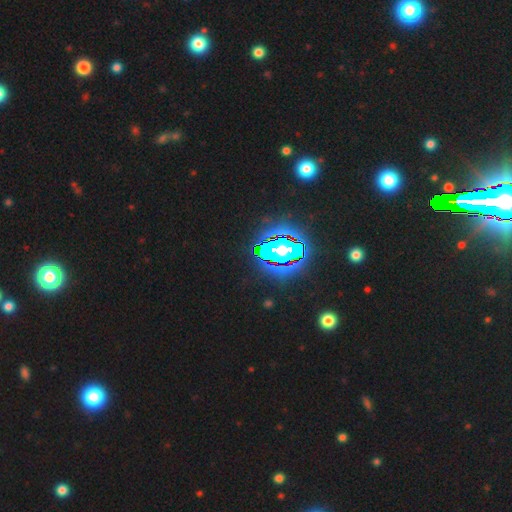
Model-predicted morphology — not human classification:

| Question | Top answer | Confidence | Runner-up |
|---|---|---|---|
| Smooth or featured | star or artifact | 85% | smooth (9%) |